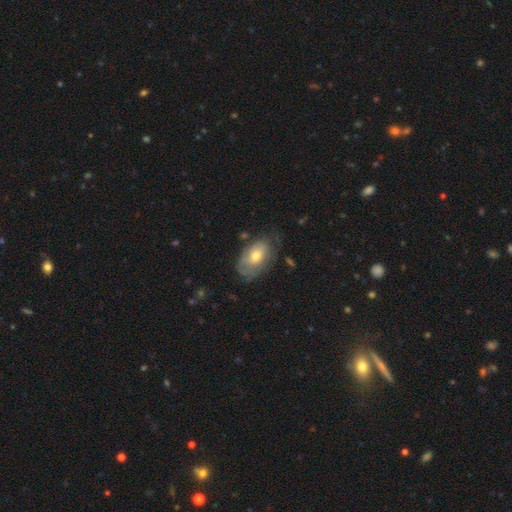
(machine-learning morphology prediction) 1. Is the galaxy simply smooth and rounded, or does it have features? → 54% smooth, 40% featured or disk, 7% star or artifact.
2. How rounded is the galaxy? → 90% in between, 8% round, 2% cigar-shaped.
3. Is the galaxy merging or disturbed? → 53% none, 31% minor disturbance, 14% major disturbance, 2% merger.